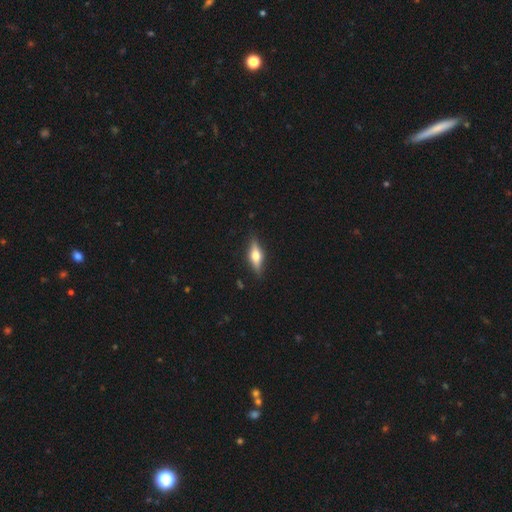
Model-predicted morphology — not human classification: Smooth or featured: featured or disk — 52% (smooth — 42%)
Edge-on disk: yes — 92% (no — 8%)
Merging: none — 86% (minor disturbance — 11%)